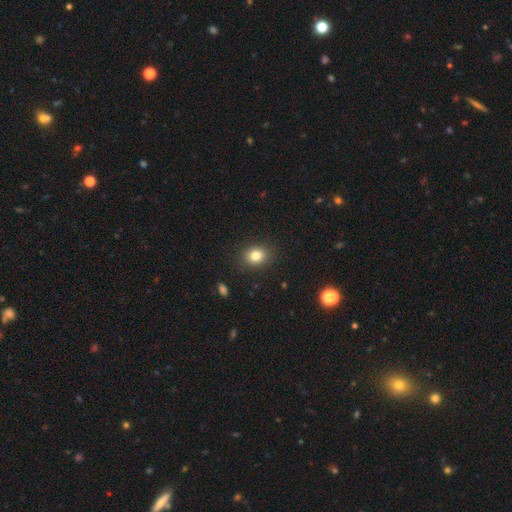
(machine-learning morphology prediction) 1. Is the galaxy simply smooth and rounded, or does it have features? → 82% smooth, 11% star or artifact, 7% featured or disk.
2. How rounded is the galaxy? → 56% round, 43% in between, 1% cigar-shaped.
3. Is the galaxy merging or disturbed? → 88% none, 8% minor disturbance, 2% major disturbance, 1% merger.